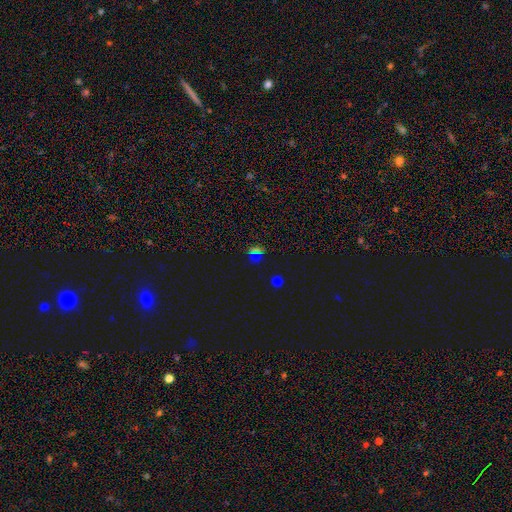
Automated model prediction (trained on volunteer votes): smooth_or_featured: star or artifact (p=0.53) [alt: smooth p=0.40]